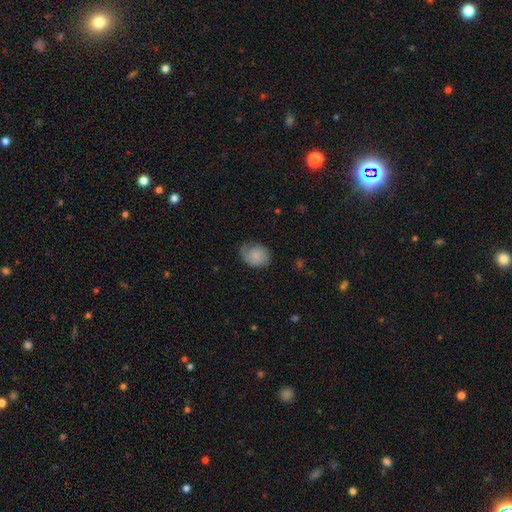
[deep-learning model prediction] Smooth or featured: smooth — 75% (featured or disk — 18%)
How rounded: round — 50% (in between — 49%)
Merging: none — 54% (minor disturbance — 33%)